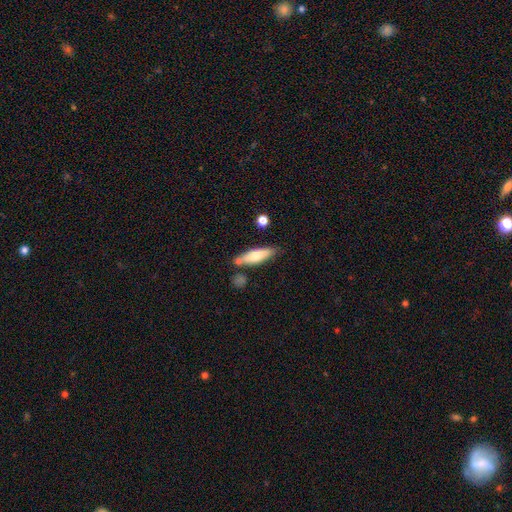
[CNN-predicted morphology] smooth_or_featured: smooth (p=0.65) [alt: featured or disk p=0.29]
how_rounded: cigar-shaped (p=0.56) [alt: in between p=0.42]
merging: none (p=0.68) [alt: minor disturbance p=0.16]